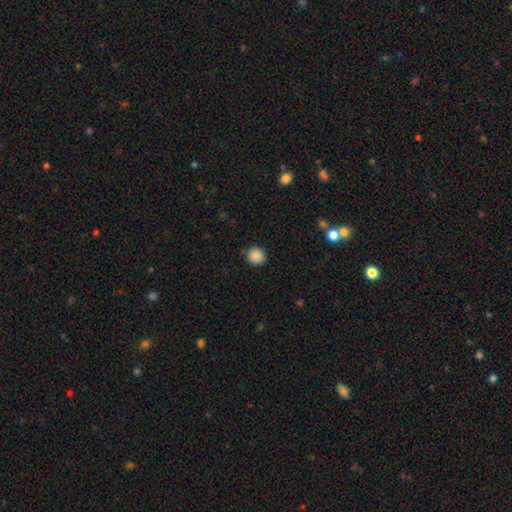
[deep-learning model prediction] Overall: smooth (88%). How rounded: round (89%). Merging: none (88%).